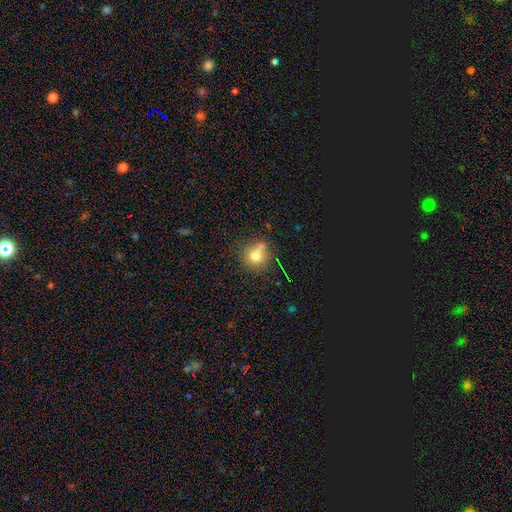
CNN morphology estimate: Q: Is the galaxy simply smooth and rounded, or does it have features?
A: smooth — 73%.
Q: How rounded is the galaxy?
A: round — 84%.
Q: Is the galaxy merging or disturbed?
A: none — 65%.